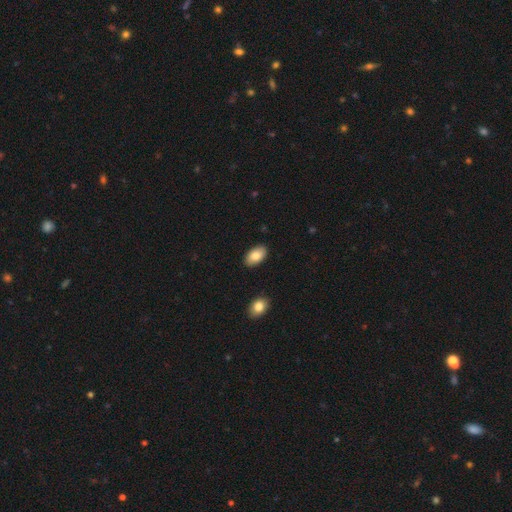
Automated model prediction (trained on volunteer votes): Smooth or featured? Predicted: smooth (p=0.83). How rounded? Predicted: in between (p=0.95). Merging? Predicted: none (p=0.88).